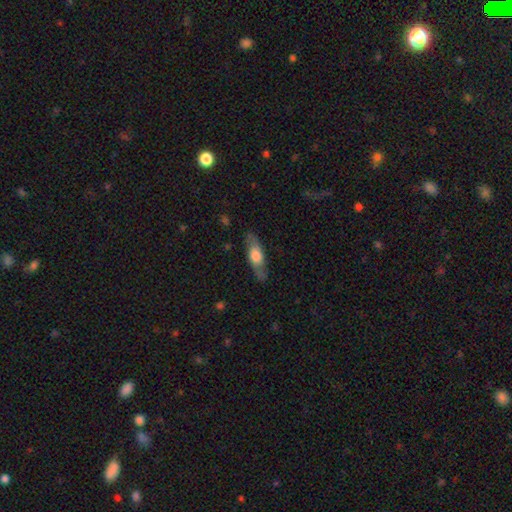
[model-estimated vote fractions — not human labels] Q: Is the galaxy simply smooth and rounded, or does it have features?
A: smooth — 49%.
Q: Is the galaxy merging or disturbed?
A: none — 80%.